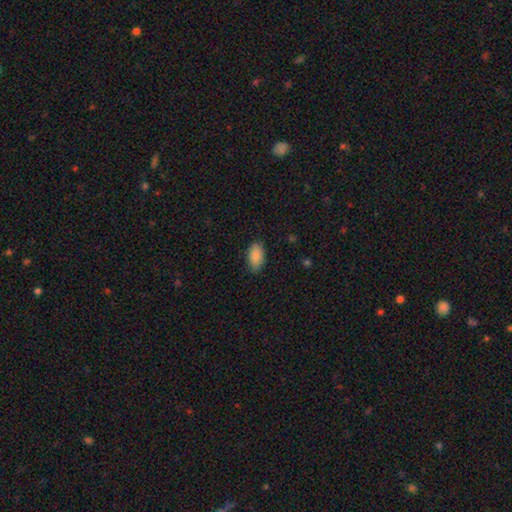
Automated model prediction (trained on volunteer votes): Smooth or featured? smooth (88%)
How rounded? in between (93%)
Merging? none (80%)